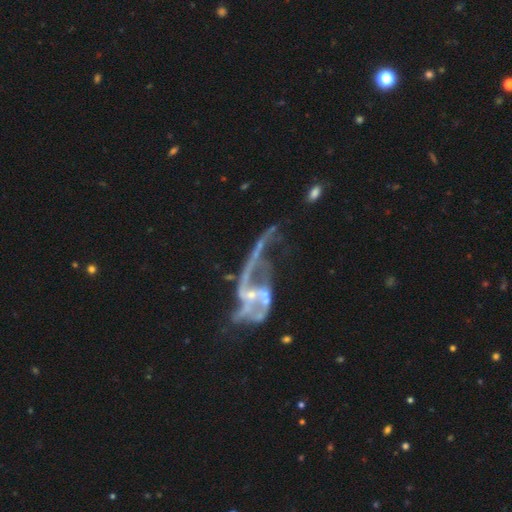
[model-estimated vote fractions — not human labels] This is likely a featured or disk galaxy (80%). It is clearly not viewed edge-on (91%). Bar: possibly no (60%). Spiral arm pattern: likely yes (67%). Central bulge: possibly small (55%). Merging: marginally major disturbance (40%).